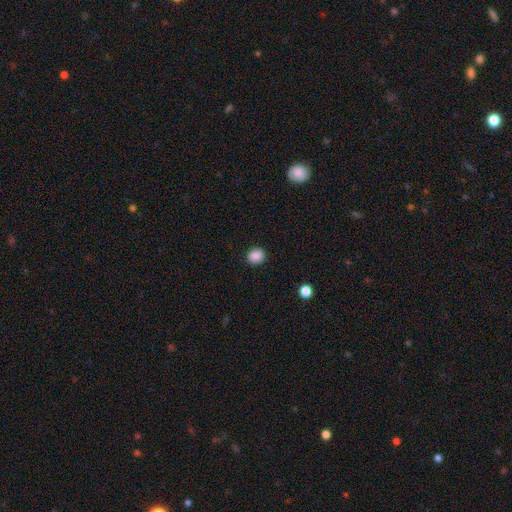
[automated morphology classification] smooth_or_featured: smooth (p=0.88) [alt: star or artifact p=0.09]
how_rounded: round (p=0.60) [alt: in between p=0.39]
merging: none (p=0.90) [alt: minor disturbance p=0.07]